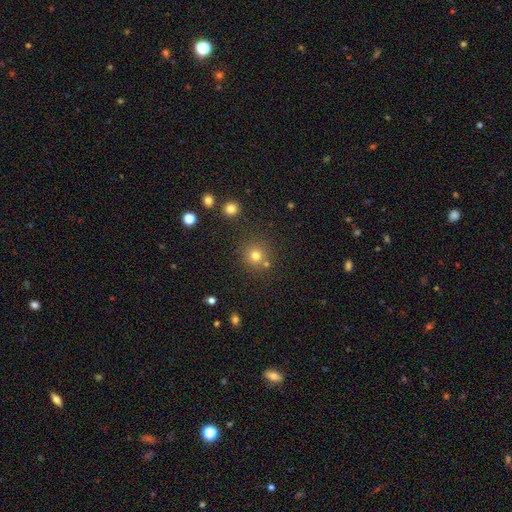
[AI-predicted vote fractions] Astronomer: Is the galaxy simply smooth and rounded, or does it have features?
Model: smooth — 75%.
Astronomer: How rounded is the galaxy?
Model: round — 93%.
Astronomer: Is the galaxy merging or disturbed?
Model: none — 78%.